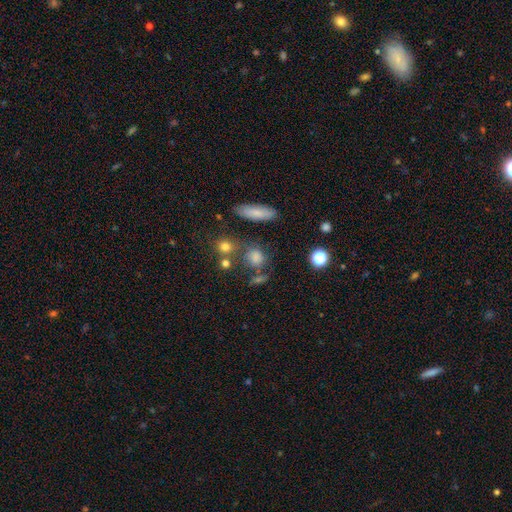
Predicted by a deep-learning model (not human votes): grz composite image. It shows a smooth galaxy with no disk features (70%) that is round (66%). Merging: none (61%).